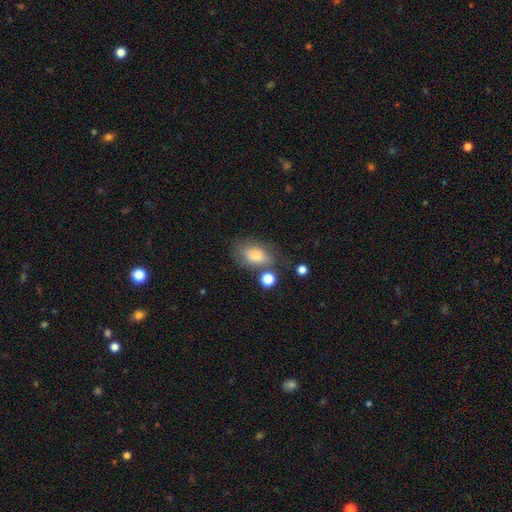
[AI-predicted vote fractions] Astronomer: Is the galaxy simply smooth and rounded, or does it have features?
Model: smooth — 79%.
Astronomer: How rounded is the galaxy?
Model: in between — 85%.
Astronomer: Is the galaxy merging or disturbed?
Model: none — 56%.